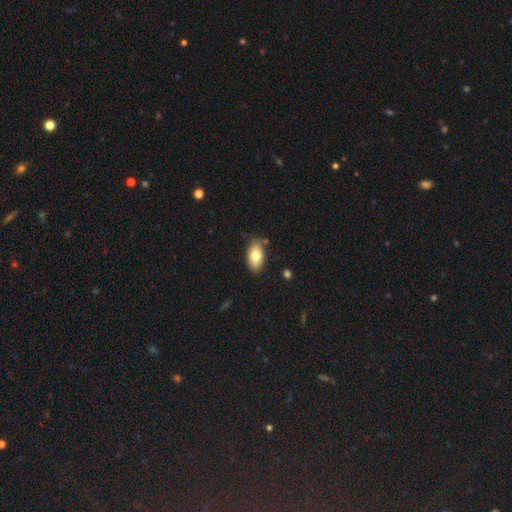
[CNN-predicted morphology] type=smooth (78%); roundness=in between (93%); merging=none (81%).